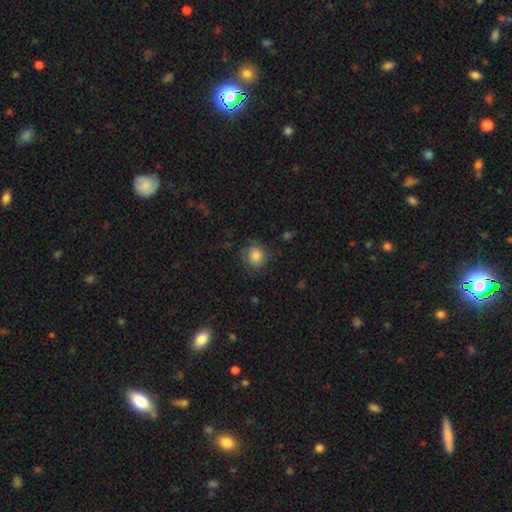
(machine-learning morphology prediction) Smooth or featured? Predicted: smooth (p=0.83). How rounded? Predicted: round (p=0.86). Merging? Predicted: none (p=0.77).